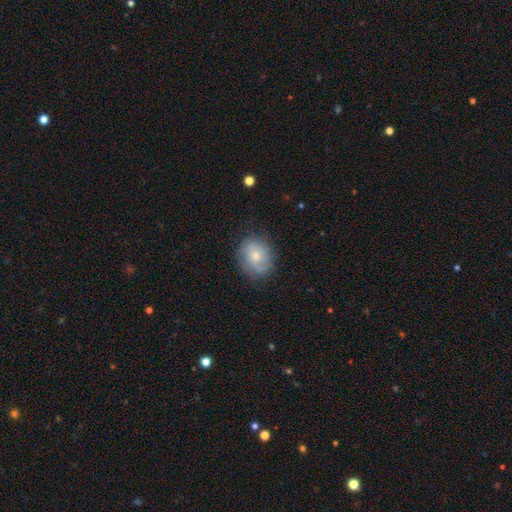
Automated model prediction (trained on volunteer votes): Smooth or featured?
  - smooth: 50% *
  - featured or disk: 42%
  - star or artifact: 8%
Merging?
  - none: 72% *
  - minor disturbance: 20%
  - major disturbance: 7%
  - merger: 1%